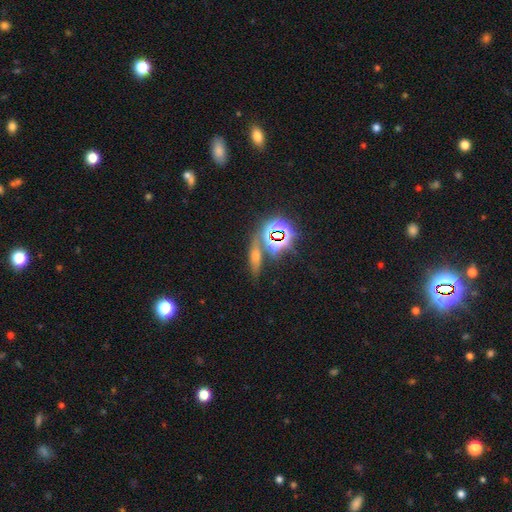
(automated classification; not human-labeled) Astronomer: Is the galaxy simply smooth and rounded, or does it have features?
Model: star or artifact — 46% (runner-up: smooth, 32%).